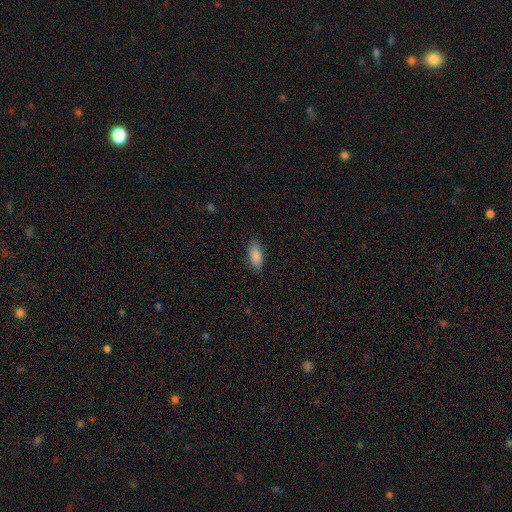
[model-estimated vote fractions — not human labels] smooth_or_featured: smooth (p=0.87) [alt: featured or disk p=0.07]
how_rounded: in between (p=0.88) [alt: cigar-shaped p=0.10]
merging: none (p=0.82) [alt: minor disturbance p=0.14]